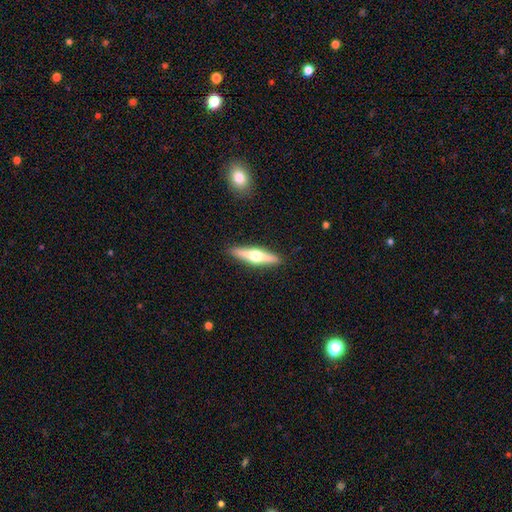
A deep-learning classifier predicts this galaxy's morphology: Overall: featured or disk (59%; smooth 36%). Edge-on disk: yes (95%). Edge-on bulge: rounded (95%). Merging: none (91%).